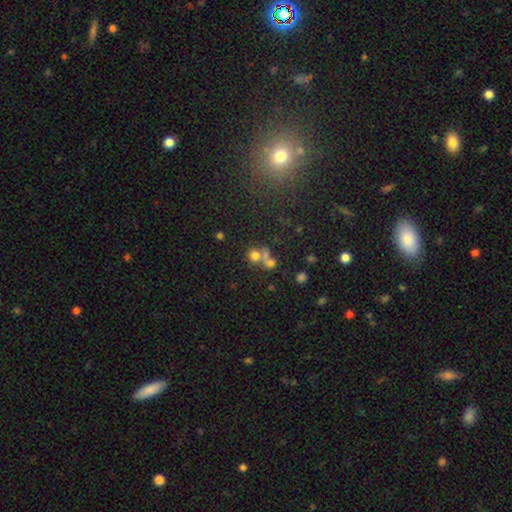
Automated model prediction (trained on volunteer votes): Smooth or featured? Predicted: smooth (p=0.68). How rounded? Predicted: round (p=0.80). Merging? Predicted: merger (p=0.49).